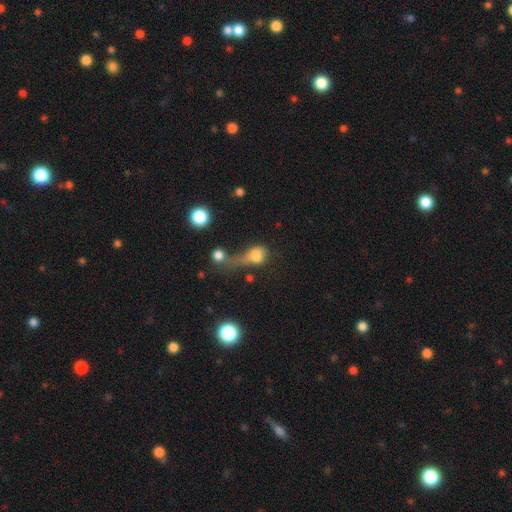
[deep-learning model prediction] Smooth or featured: smooth — 66% (featured or disk — 21%)
How rounded: in between — 52% (round — 43%)
Merging: major disturbance — 42% (merger — 28%)